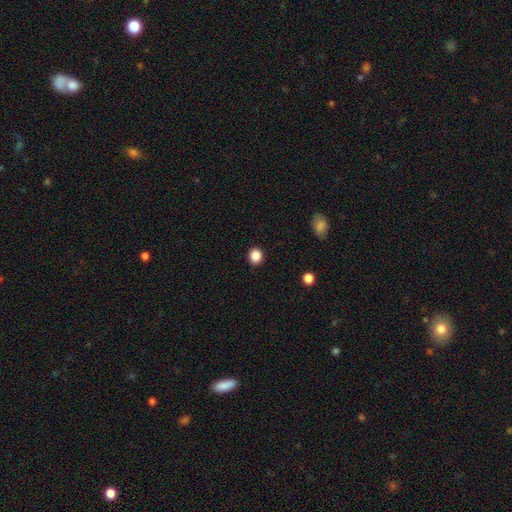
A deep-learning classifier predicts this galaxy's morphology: The model was most divided on "how rounded": round: 78%, in between: 21%, cigar-shaped: 1%. More confident: merging — none (91%); smooth or featured — smooth (87%).